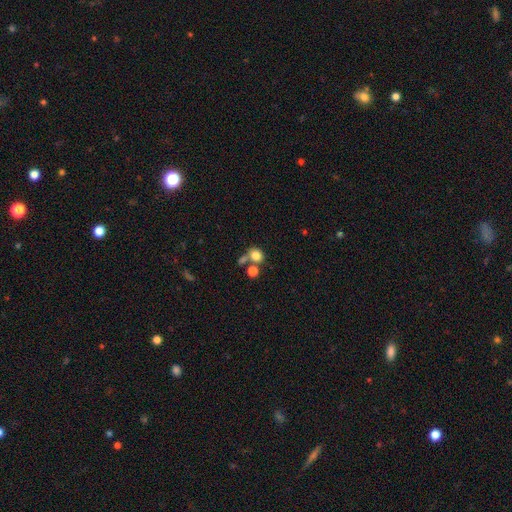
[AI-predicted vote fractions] Morphology: type=smooth (79%); roundness=round (71%); merging=none (51%).